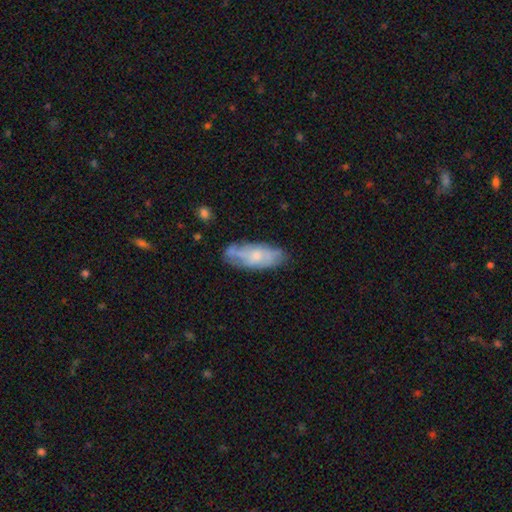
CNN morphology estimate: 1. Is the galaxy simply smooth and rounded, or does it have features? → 50% featured or disk, 43% smooth, 7% star or artifact.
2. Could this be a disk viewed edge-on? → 86% no, 14% yes.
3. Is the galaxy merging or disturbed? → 64% none, 25% minor disturbance, 7% major disturbance, 4% merger.